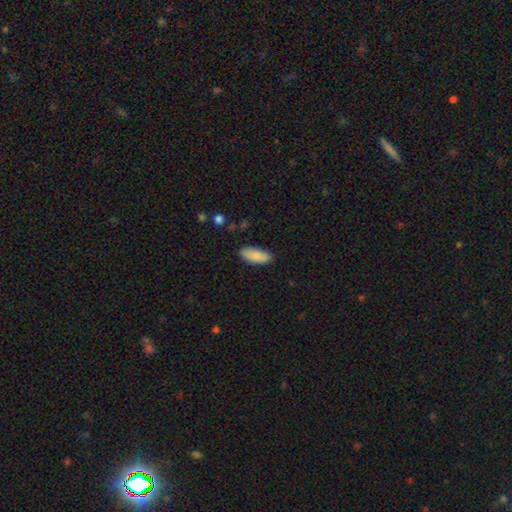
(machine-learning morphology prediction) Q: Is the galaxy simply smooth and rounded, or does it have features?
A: smooth — 88%.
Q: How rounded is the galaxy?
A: in between — 80%.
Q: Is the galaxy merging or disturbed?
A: none — 87%.